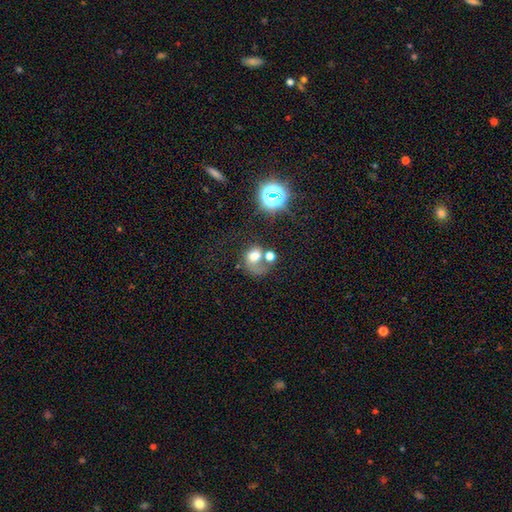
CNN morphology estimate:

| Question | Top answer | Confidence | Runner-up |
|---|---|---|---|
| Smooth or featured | smooth | 54% | featured or disk (28%) |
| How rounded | round | 58% | in between (41%) |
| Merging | major disturbance | 32% | merger (31%) |